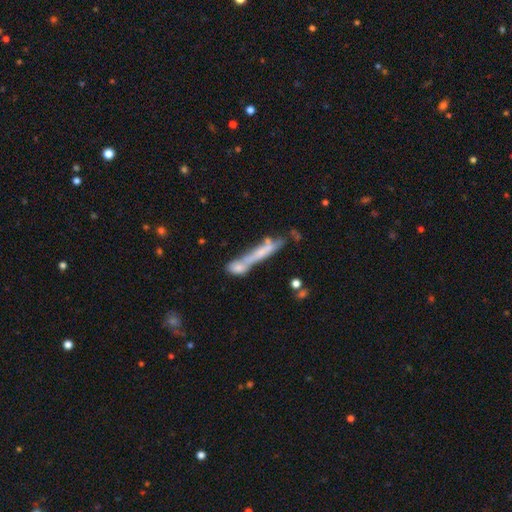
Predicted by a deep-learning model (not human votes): Morphology: type=featured or disk (48%); merging=none (38%).